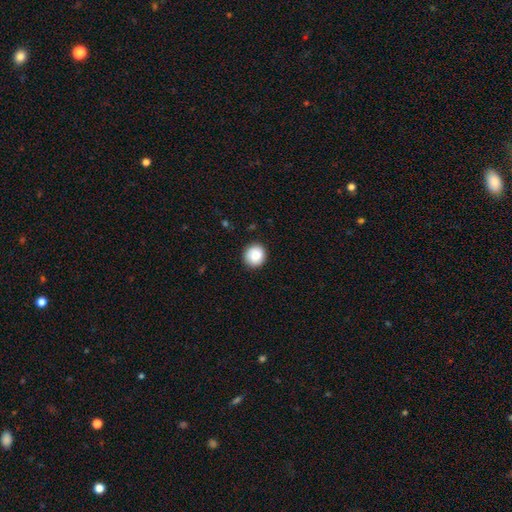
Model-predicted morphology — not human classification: Smooth or featured? smooth (82%)
How rounded? round (88%)
Merging? none (88%)